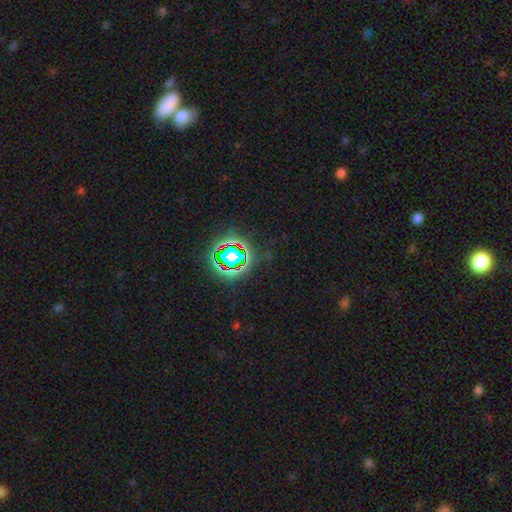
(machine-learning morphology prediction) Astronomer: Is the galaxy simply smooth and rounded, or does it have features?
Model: star or artifact — 77%.